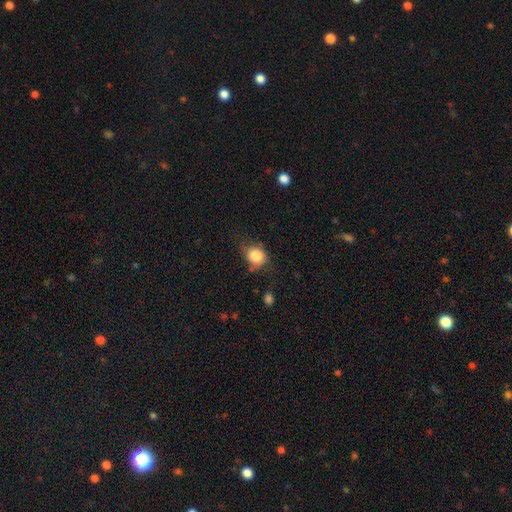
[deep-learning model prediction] Overall: smooth (82%). How rounded: round (68%; in between 31%). Merging: none (57%; minor disturbance 29%).